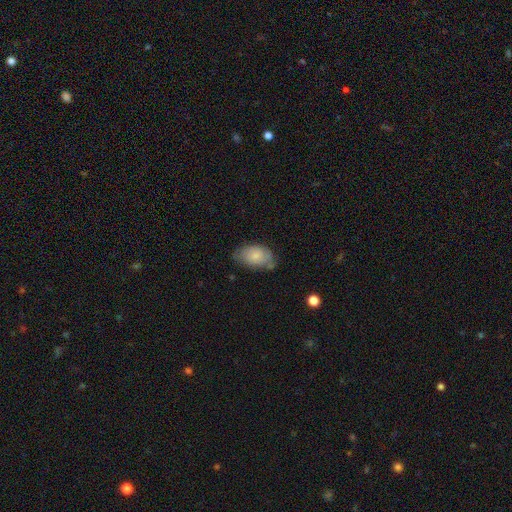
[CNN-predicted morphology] Smooth or featured: smooth — 76% (featured or disk — 17%)
How rounded: in between — 92% (round — 7%)
Merging: none — 58% (minor disturbance — 31%)